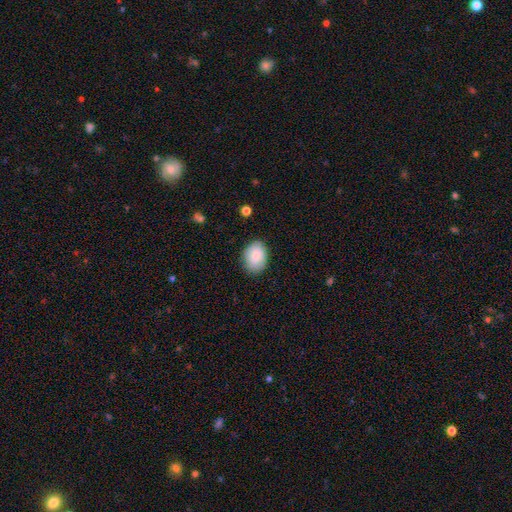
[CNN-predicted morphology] The model was most divided on "how rounded": in between: 77%, round: 22%, cigar-shaped: 1%. More confident: smooth or featured — smooth (83%); merging — none (80%).